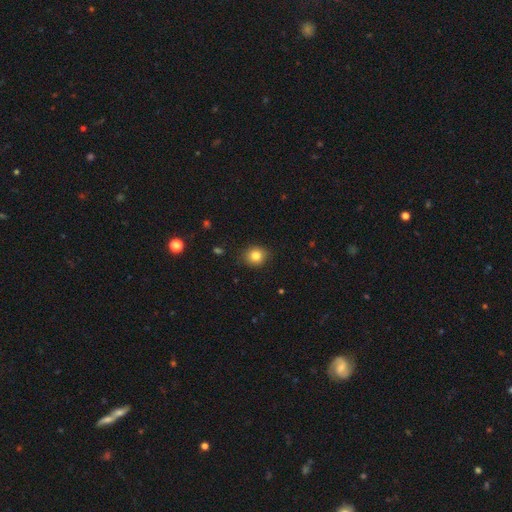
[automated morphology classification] smooth-or-featured: smooth: 82% | star or artifact: 11% | featured or disk: 7%
  how-rounded: round: 77% | in between: 22% | cigar-shaped: 1%
  merging: none: 86% | minor disturbance: 10% | major disturbance: 2% | merger: 1%